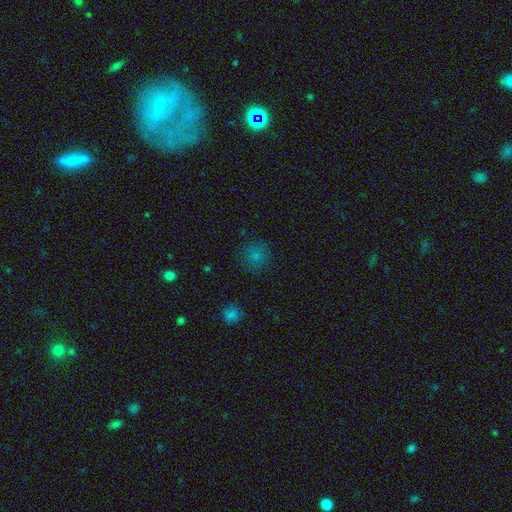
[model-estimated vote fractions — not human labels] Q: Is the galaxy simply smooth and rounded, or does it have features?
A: smooth — 78%.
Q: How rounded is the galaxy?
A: round — 90%.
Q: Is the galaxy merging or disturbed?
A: none — 83%.